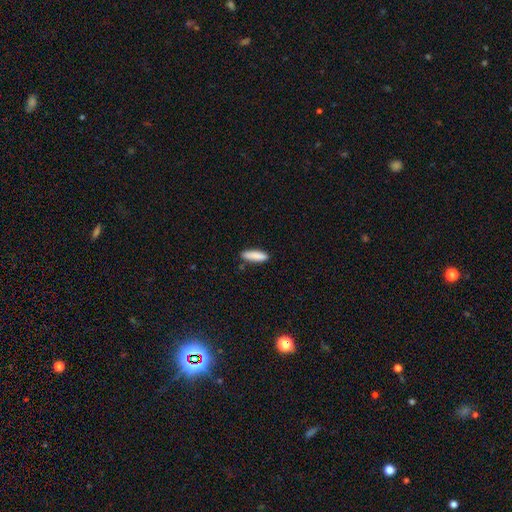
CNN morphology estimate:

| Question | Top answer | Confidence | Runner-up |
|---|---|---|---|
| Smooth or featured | smooth | 88% | featured or disk (6%) |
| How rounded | cigar-shaped | 62% | in between (36%) |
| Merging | none | 85% | minor disturbance (11%) |